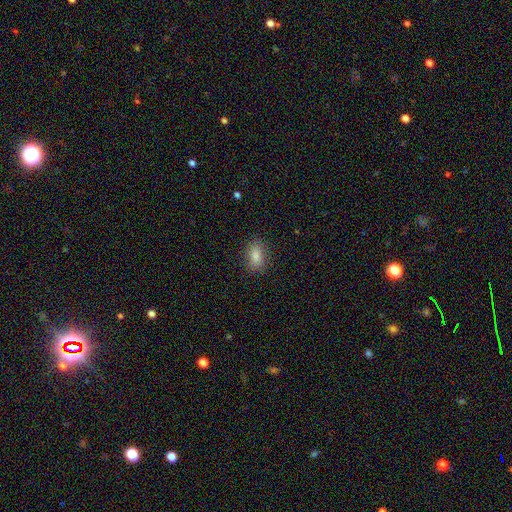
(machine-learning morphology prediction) A smooth galaxy with no disk features (83%) that is in between round and cigar-shaped (85%).

Vote fractions:
- Smooth or featured? smooth: 83% / star or artifact: 10% / featured or disk: 7%
- How rounded? in between: 85% / round: 10% / cigar-shaped: 4%
- Merging? none: 86% / minor disturbance: 10% / major disturbance: 2% / merger: 1%